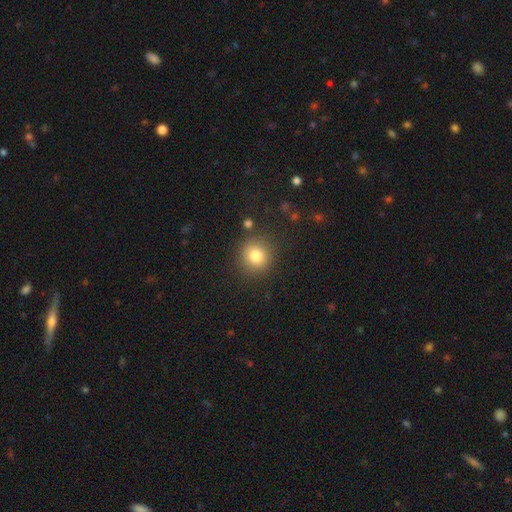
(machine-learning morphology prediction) A smooth galaxy with no disk features (82%) that is round (89%).

Vote fractions:
- Smooth or featured? smooth: 82% / star or artifact: 11% / featured or disk: 7%
- How rounded? round: 89% / in between: 10% / cigar-shaped: 1%
- Merging? none: 86% / minor disturbance: 8% / major disturbance: 3% / merger: 3%